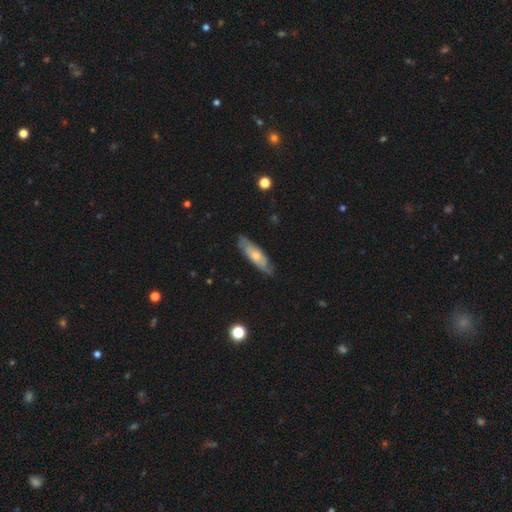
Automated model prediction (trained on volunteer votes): This is possibly a featured or disk galaxy (50%). It is likely not viewed edge-on (64%). Merging: likely none (76%).